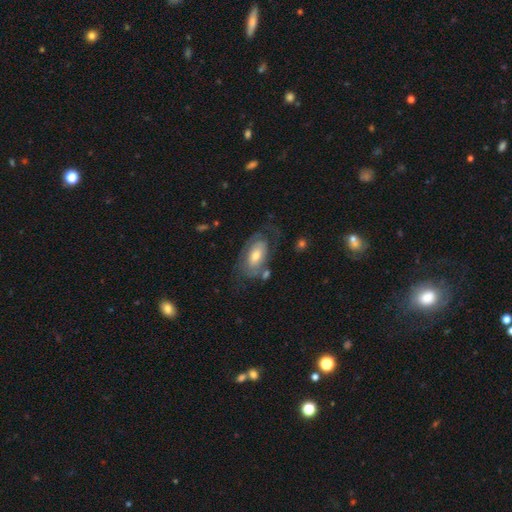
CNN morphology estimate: Smooth or featured: featured or disk — 58% (smooth — 35%)
Edge-on disk: no — 92% (yes — 8%)
Bar: no — 69% (weak — 24%)
Spiral arms: yes — 64% (no — 36%)
Bulge size: moderate — 61% (small — 23%)
Merging: none — 54% (minor disturbance — 22%)